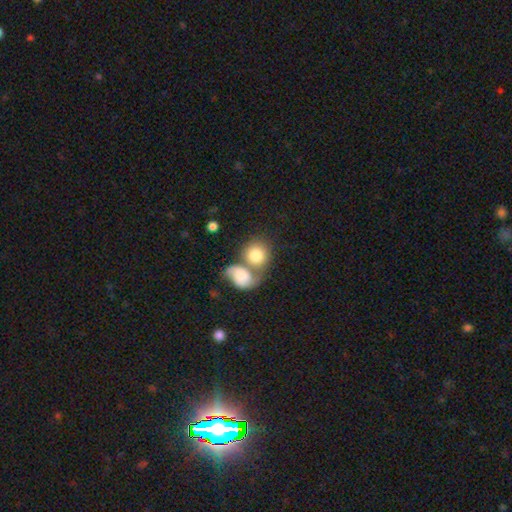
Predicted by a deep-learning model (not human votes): Q: Smooth or featured?
A: smooth (76%); runner-up: featured or disk (18%)
Q: How rounded?
A: round (72%); runner-up: in between (27%)
Q: Merging?
A: merger (62%); runner-up: none (24%)